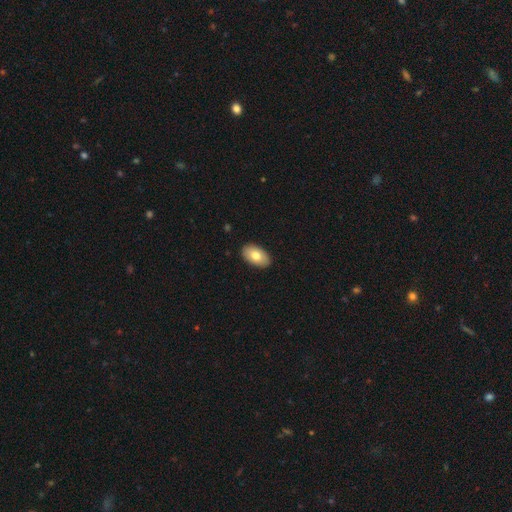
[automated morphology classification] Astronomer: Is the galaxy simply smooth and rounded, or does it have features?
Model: smooth — 75%.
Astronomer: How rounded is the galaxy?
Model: in between — 94%.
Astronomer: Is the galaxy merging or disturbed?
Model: none — 89%.